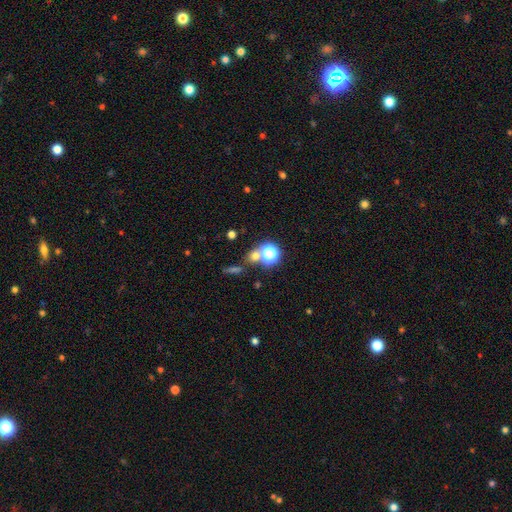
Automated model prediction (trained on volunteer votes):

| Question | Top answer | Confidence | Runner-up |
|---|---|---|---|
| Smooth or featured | smooth | 55% | star or artifact (34%) |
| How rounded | round | 74% | in between (20%) |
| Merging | none | 66% | merger (22%) |